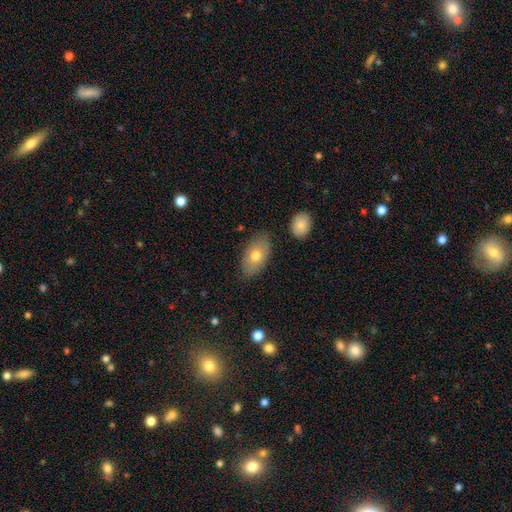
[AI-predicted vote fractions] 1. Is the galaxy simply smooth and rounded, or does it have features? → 70% smooth, 23% featured or disk, 7% star or artifact.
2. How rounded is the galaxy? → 92% in between, 6% round, 2% cigar-shaped.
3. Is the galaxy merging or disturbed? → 79% none, 15% minor disturbance, 3% major disturbance, 3% merger.